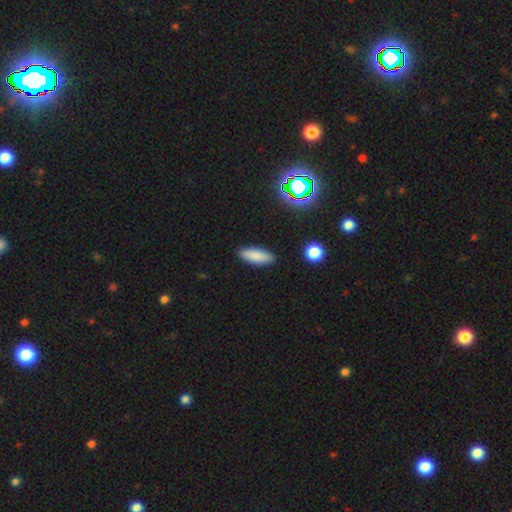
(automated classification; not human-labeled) The model was most divided on "how rounded": in between: 61%, cigar-shaped: 37%, round: 2%. More confident: merging — none (89%); smooth or featured — smooth (84%).